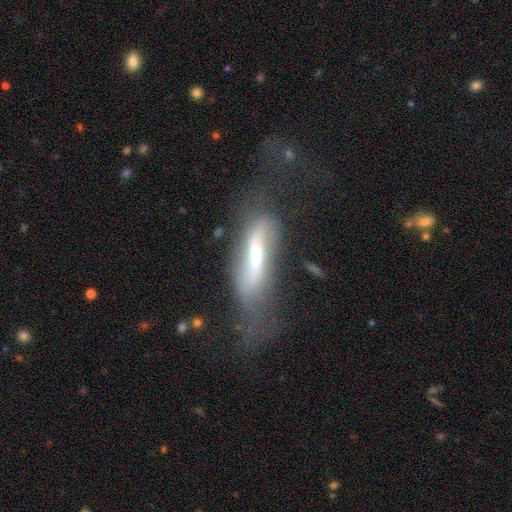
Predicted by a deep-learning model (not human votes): This is likely a featured or disk galaxy (67%). It is likely not viewed edge-on (62%). Merging: marginally none (40%).